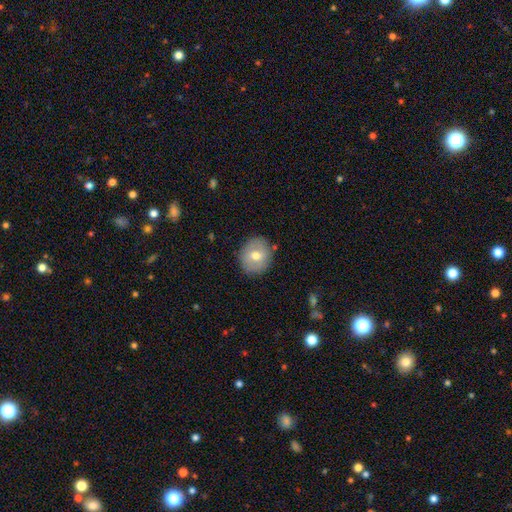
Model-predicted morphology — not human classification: smooth-or-featured: smooth: 65% | featured or disk: 27% | star or artifact: 8%
  how-rounded: round: 76% | in between: 23% | cigar-shaped: 1%
  merging: none: 84% | minor disturbance: 12% | major disturbance: 3% | merger: 2%